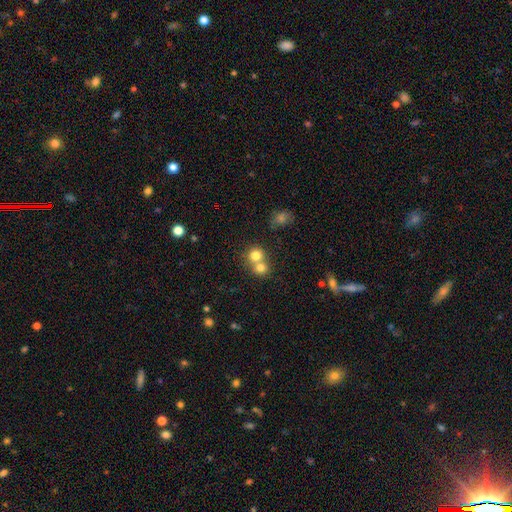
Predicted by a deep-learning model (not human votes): smooth-or-featured: smooth: 77% | star or artifact: 12% | featured or disk: 11%
  how-rounded: round: 84% | in between: 15% | cigar-shaped: 1%
  merging: merger: 54% | none: 39% | minor disturbance: 5% | major disturbance: 2%